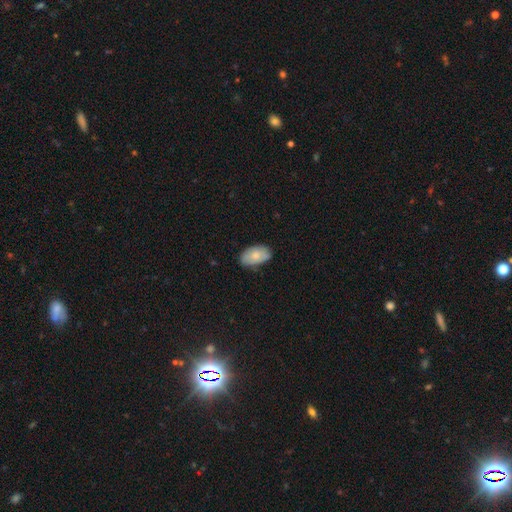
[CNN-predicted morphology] The model was most divided on "merging": none: 72%, minor disturbance: 23%, major disturbance: 3%, merger: 1%. More confident: how rounded — in between (93%); smooth or featured — smooth (74%).